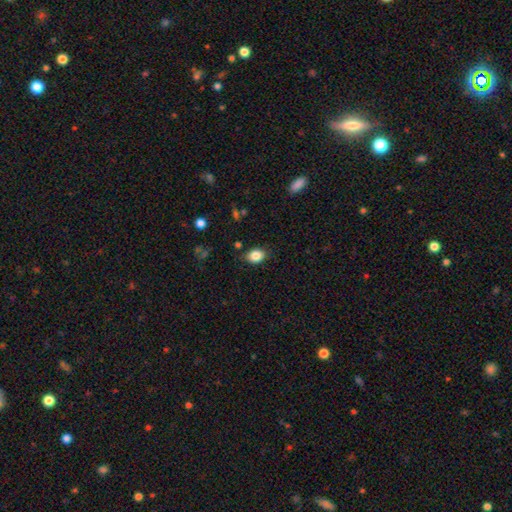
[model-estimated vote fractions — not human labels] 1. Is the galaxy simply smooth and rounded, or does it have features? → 85% smooth, 9% star or artifact, 6% featured or disk.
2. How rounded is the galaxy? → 66% in between, 33% round, 1% cigar-shaped.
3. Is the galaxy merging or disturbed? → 83% none, 13% minor disturbance, 3% major disturbance, 2% merger.